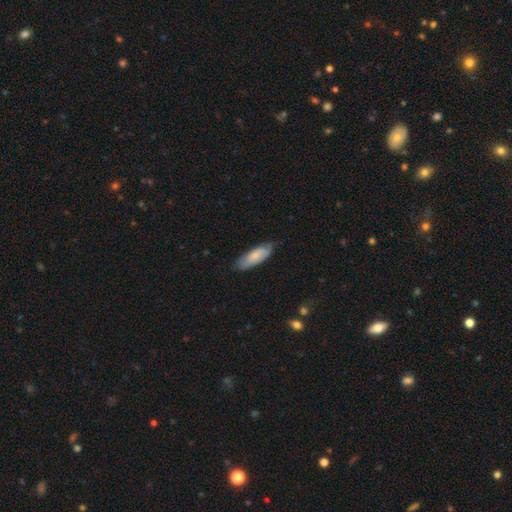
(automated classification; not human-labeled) Smooth or featured? Predicted: smooth (p=0.75). How rounded? Predicted: in between (p=0.65). Merging? Predicted: none (p=0.73).